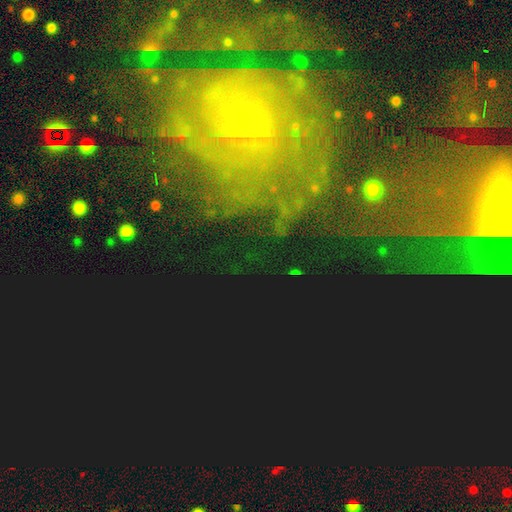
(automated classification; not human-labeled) This appears to be a featured or disk galaxy (64%) with no bar (61%), tight (75%) spiral arms (88%) and a small central bulge (79%). Merging: none (74%).